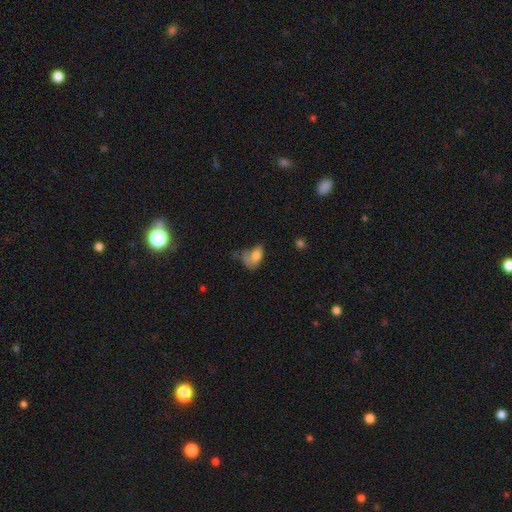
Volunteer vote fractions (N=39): Smooth or featured? 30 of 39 (77%) said smooth. How rounded? 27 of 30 (90%) said in between. Merging? 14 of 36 (39%) said major disturbance.